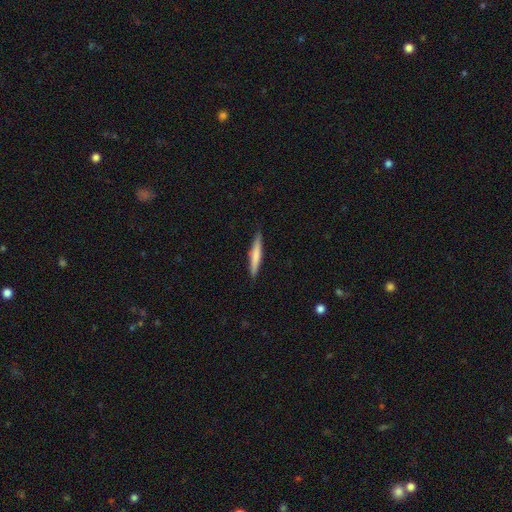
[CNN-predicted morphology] smooth_or_featured: smooth (p=0.65) [alt: featured or disk p=0.30]
how_rounded: cigar-shaped (p=0.94) [alt: in between p=0.05]
merging: none (p=0.89) [alt: minor disturbance p=0.08]